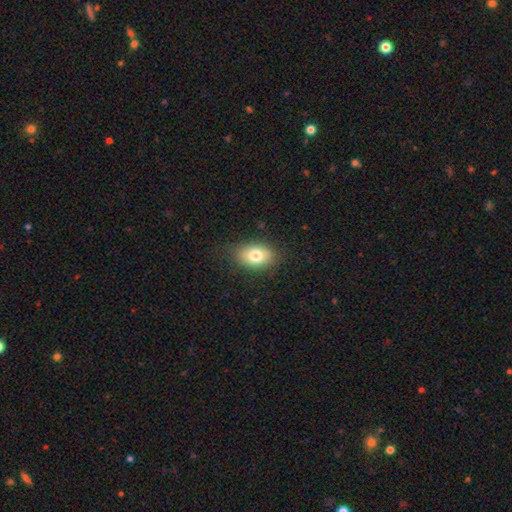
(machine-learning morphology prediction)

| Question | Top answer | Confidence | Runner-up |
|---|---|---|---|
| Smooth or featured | smooth | 78% | featured or disk (13%) |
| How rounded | in between | 80% | round (19%) |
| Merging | none | 79% | minor disturbance (15%) |